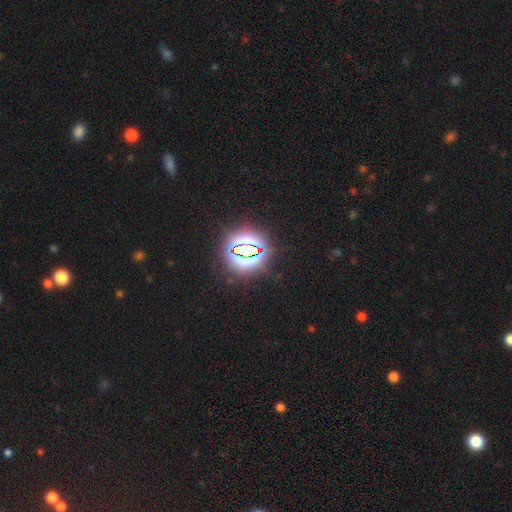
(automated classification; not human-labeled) This appears to be a star or artifact, not a galaxy (83%).